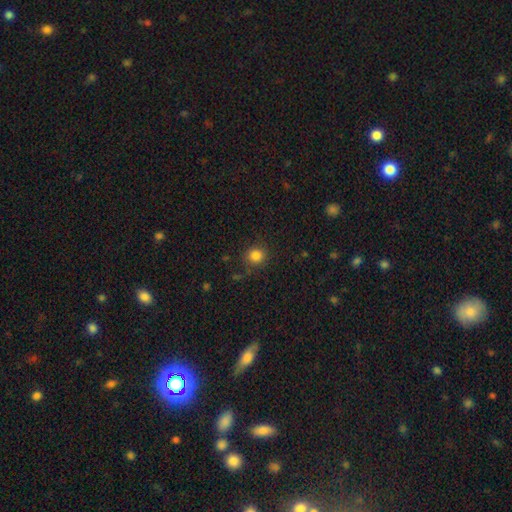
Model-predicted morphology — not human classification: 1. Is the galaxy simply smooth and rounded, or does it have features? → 83% smooth, 12% star or artifact, 5% featured or disk.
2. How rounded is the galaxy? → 86% round, 13% in between, 1% cigar-shaped.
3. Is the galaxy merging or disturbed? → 85% none, 10% minor disturbance, 4% major disturbance, 2% merger.